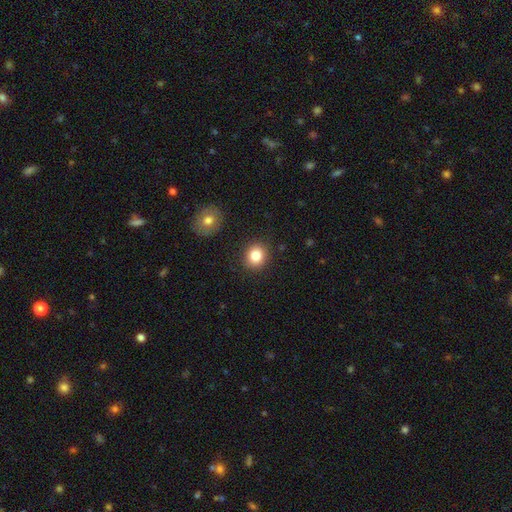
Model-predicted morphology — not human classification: smooth_or_featured: smooth (p=0.83) [alt: star or artifact p=0.10]
how_rounded: round (p=0.76) [alt: in between p=0.23]
merging: none (p=0.88) [alt: minor disturbance p=0.08]